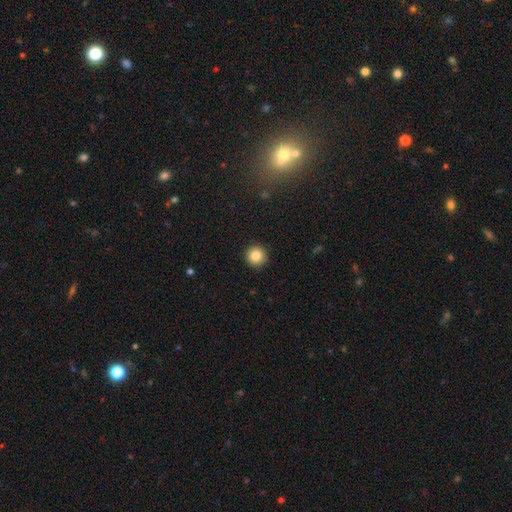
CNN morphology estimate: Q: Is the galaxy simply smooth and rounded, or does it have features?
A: smooth — 84%.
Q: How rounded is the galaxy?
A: round — 96%.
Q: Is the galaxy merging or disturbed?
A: none — 92%.